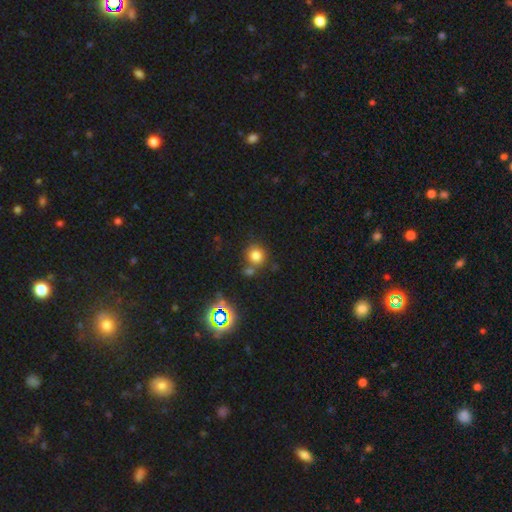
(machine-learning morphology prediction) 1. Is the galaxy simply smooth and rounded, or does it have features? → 76% smooth, 17% star or artifact, 7% featured or disk.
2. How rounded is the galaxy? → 87% round, 12% in between, 1% cigar-shaped.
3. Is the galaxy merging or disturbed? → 65% none, 20% merger, 11% minor disturbance, 4% major disturbance.